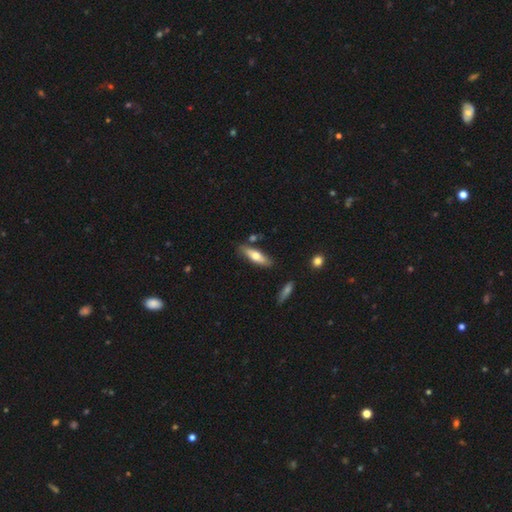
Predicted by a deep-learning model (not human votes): Morphology: type=smooth (58%); roundness=cigar-shaped (57%); merging=none (79%).